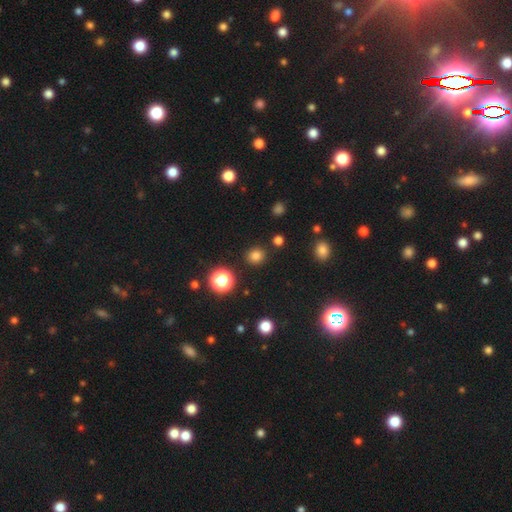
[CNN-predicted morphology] A smooth galaxy with no disk features (79%) that is round (86%).

Vote fractions:
- Smooth or featured? smooth: 79% / star or artifact: 17% / featured or disk: 4%
- How rounded? round: 86% / in between: 13% / cigar-shaped: 1%
- Merging? none: 89% / minor disturbance: 6% / merger: 3% / major disturbance: 2%